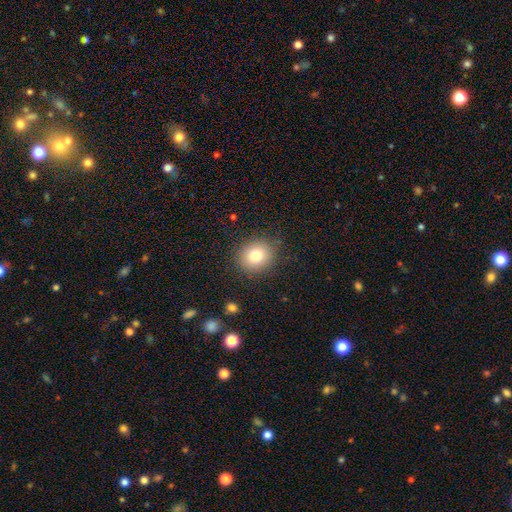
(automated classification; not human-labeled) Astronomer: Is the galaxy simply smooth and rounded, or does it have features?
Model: smooth — 80%.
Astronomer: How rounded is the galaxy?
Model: round — 79%.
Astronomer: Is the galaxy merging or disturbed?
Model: none — 87%.